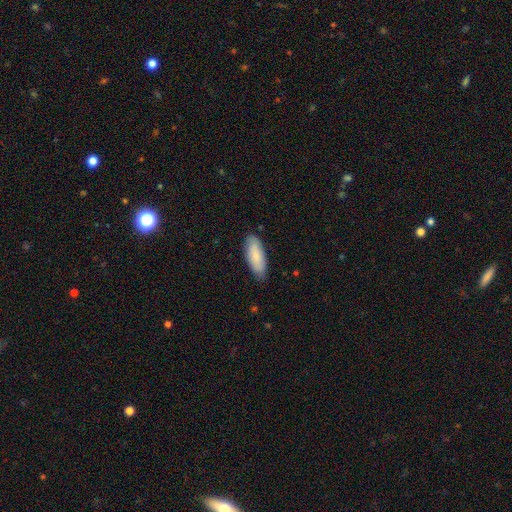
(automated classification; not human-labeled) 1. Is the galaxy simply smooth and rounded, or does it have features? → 81% smooth, 13% featured or disk, 5% star or artifact.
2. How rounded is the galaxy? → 74% in between, 24% cigar-shaped, 2% round.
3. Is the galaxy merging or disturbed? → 81% none, 16% minor disturbance, 2% major disturbance, 1% merger.